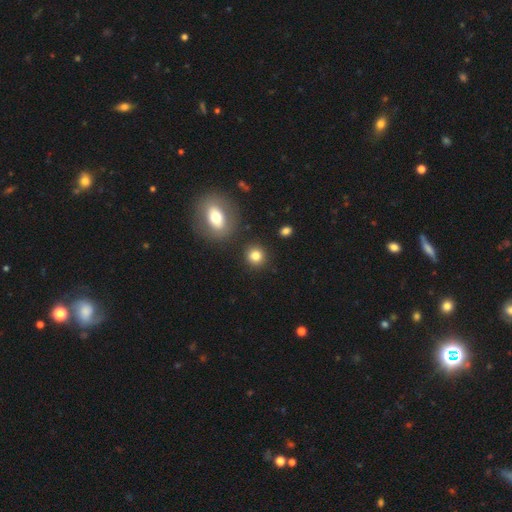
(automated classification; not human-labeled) Smooth or featured?
  - smooth: 81% *
  - star or artifact: 12%
  - featured or disk: 7%
How rounded?
  - round: 89% *
  - in between: 10%
  - cigar-shaped: 1%
Merging?
  - none: 88% *
  - minor disturbance: 6%
  - merger: 3%
  - major disturbance: 3%